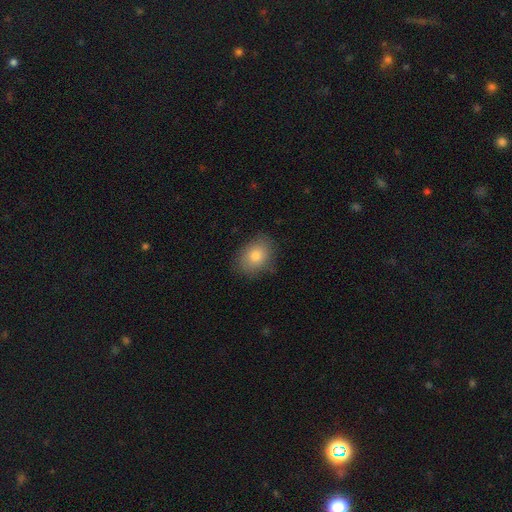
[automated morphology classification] Overall: smooth (80%). How rounded: in between (61%; round 38%). Merging: none (81%).